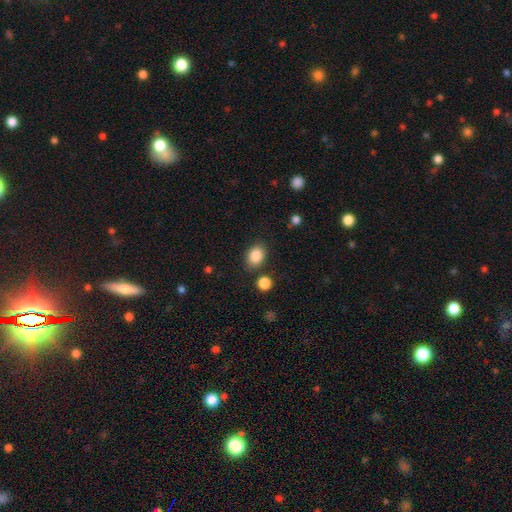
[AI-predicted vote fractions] Smooth or featured? smooth (87%)
How rounded? in between (65%)
Merging? none (80%)